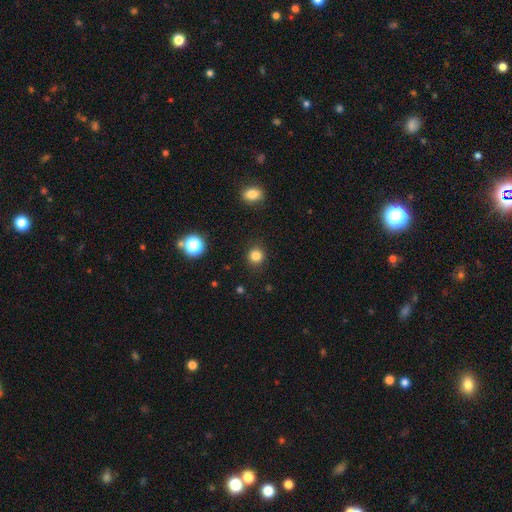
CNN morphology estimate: The model was most divided on "smooth or featured": smooth: 84%, star or artifact: 13%, featured or disk: 4%. More confident: how rounded — round (90%); merging — none (90%).